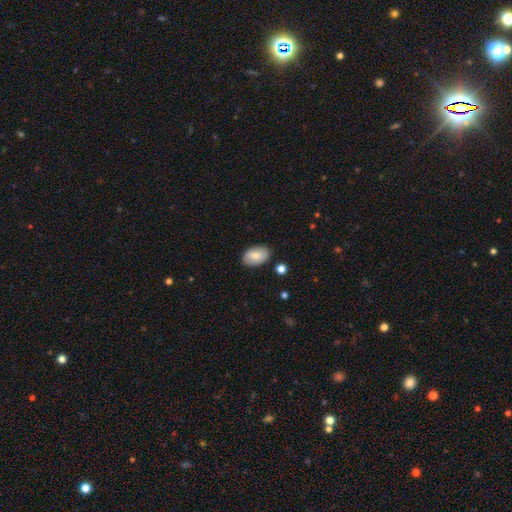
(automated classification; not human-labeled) Smooth or featured?
  - smooth: 76% *
  - featured or disk: 18%
  - star or artifact: 7%
How rounded?
  - in between: 91% *
  - round: 8%
  - cigar-shaped: 1%
Merging?
  - none: 84% *
  - minor disturbance: 12%
  - major disturbance: 2%
  - merger: 2%